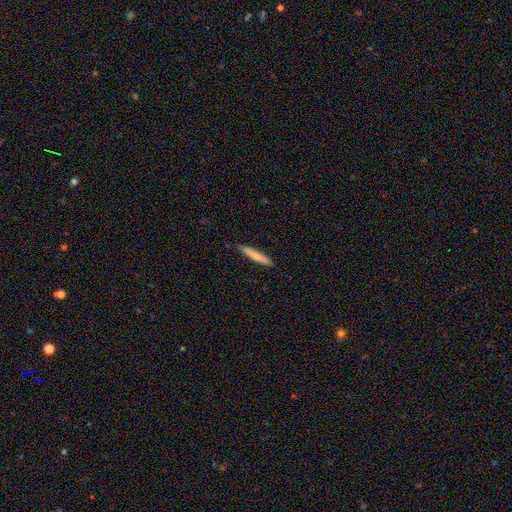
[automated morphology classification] smooth_or_featured: smooth (p=0.77) [alt: featured or disk p=0.18]
how_rounded: cigar-shaped (p=0.94) [alt: in between p=0.05]
merging: none (p=0.88) [alt: minor disturbance p=0.09]